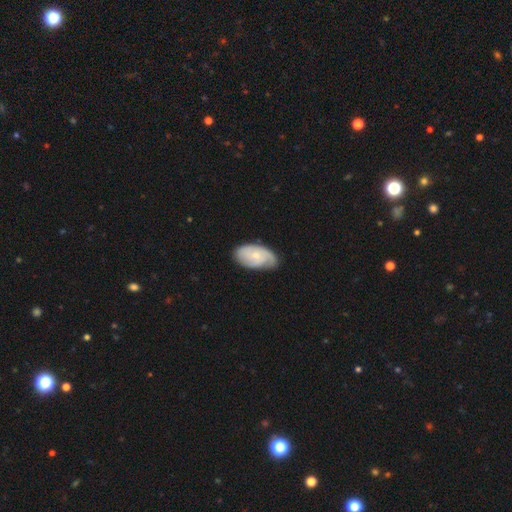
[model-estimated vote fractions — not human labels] A featured or disk galaxy (57%) with no bar (75%), spiral arms (87%) and a small central bulge (59%).

Vote fractions:
- Smooth or featured? featured or disk: 57% / smooth: 38% / star or artifact: 5%
- Edge-on disk? no: 95% / yes: 5%
- Bar? no: 75% / weak: 23% / strong: 3%
- Spiral arms? yes: 87% / no: 13%
- Bulge size? small: 59% / moderate: 34% / none: 4% / large: 2% / dominant: 1%
- Merging? none: 66% / minor disturbance: 26% / major disturbance: 6% / merger: 1%